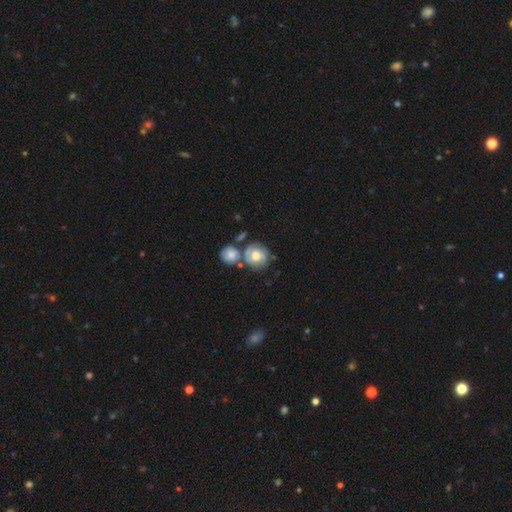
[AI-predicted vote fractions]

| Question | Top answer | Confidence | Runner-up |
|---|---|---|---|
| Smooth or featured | featured or disk | 55% | smooth (38%) |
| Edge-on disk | no | 97% | yes (3%) |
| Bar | no | 76% | weak (19%) |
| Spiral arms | yes | 77% | no (23%) |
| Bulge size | moderate | 75% | large (12%) |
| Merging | none | 55% | merger (23%) |